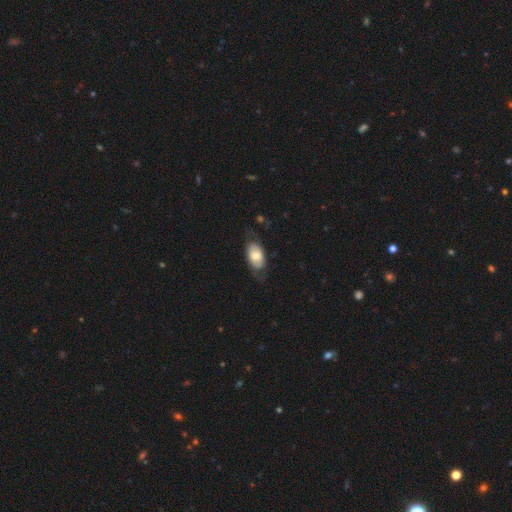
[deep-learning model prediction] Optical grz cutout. It shows a smooth galaxy with no disk features (60%) that is in between round and cigar-shaped (92%). Merging: none (66%).